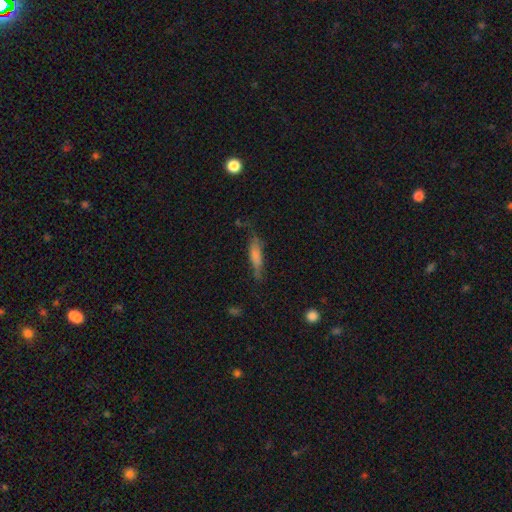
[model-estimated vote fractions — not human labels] smooth_or_featured: smooth (p=0.68) [alt: featured or disk p=0.24]
how_rounded: cigar-shaped (p=0.71) [alt: in between p=0.26]
merging: none (p=0.58) [alt: minor disturbance p=0.28]